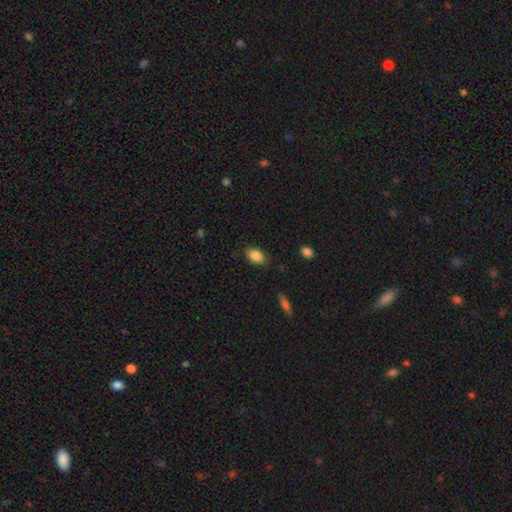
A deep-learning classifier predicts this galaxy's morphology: Smooth or featured? Predicted: smooth (p=0.86). How rounded? Predicted: in between (p=0.85). Merging? Predicted: none (p=0.82).